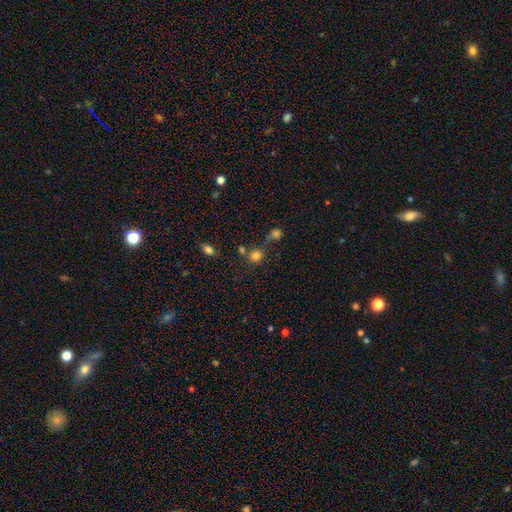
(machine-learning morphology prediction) Smooth or featured?
  - smooth: 79% *
  - star or artifact: 14%
  - featured or disk: 6%
How rounded?
  - round: 85% *
  - in between: 14%
  - cigar-shaped: 1%
Merging?
  - none: 63% *
  - merger: 20%
  - minor disturbance: 12%
  - major disturbance: 6%